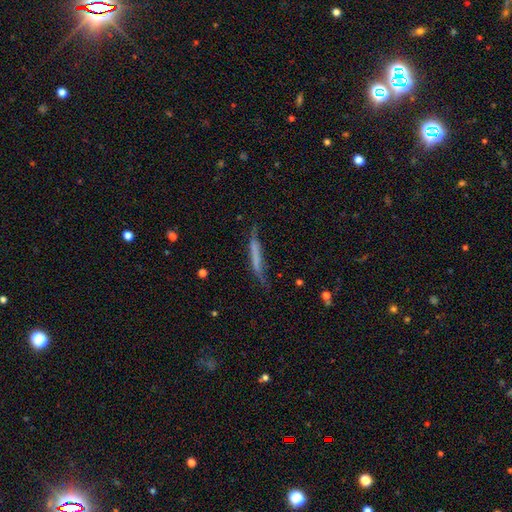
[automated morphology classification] Smooth or featured: smooth — 52% (featured or disk — 40%)
How rounded: cigar-shaped — 94% (in between — 5%)
Merging: none — 58% (minor disturbance — 27%)